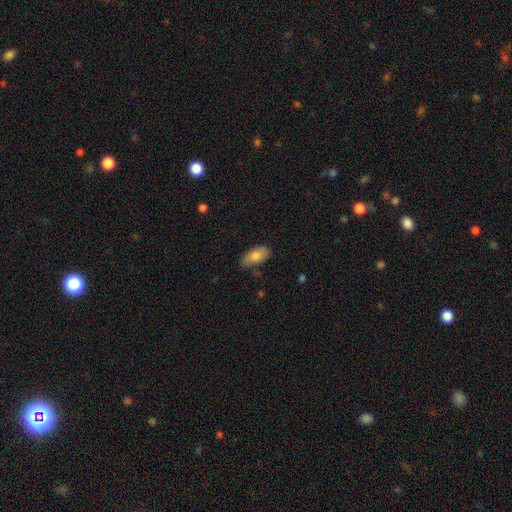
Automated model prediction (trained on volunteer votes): Smooth or featured? smooth (78%)
How rounded? in between (91%)
Merging? none (74%)